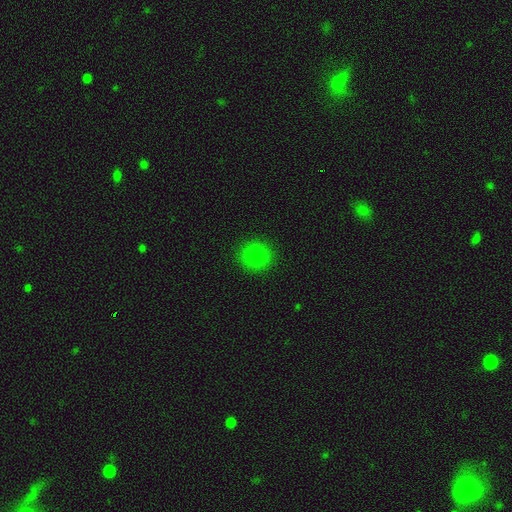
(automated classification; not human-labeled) Overall: smooth (82%). How rounded: round (91%). Merging: none (90%).